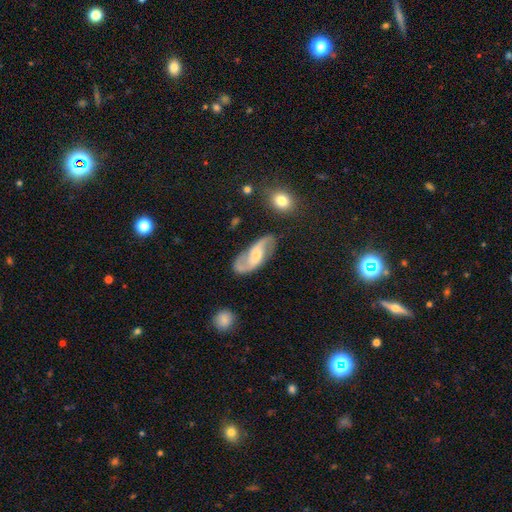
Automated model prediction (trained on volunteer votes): smooth-or-featured: featured or disk: 79% | smooth: 15% | star or artifact: 5%
  disk-edge-on: no: 95% | yes: 5%
    bar: weak: 43% | no: 40% | strong: 17%
    has-spiral-arms: yes: 94% | no: 6%
      spiral-winding: loose: 47% | medium: 40% | tight: 13%
      spiral-arm-count: 2: 91% | can't tell: 4% | 1: 2% | 3: 1% | 4: 1% | more than 4: 1%
    bulge-size: moderate: 49% | small: 39% | large: 6% | none: 5% | dominant: 1%
  merging: none: 75% | minor disturbance: 16% | major disturbance: 7% | merger: 3%